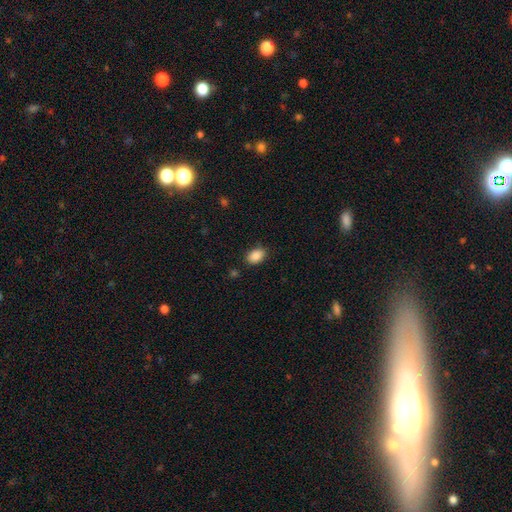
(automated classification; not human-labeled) Smooth or featured? smooth (88%)
How rounded? in between (84%)
Merging? none (85%)